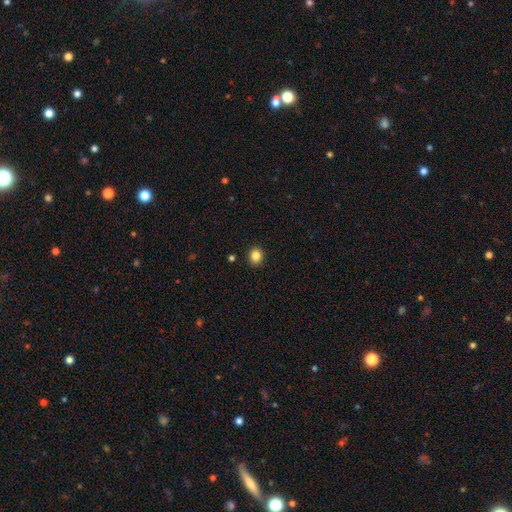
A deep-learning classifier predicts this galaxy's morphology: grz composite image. It shows a smooth galaxy with no disk features (84%) that is round (77%). Merging: none (92%).